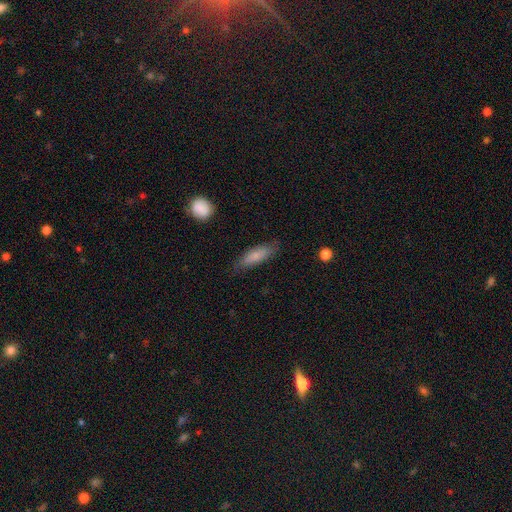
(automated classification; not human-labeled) Smooth or featured: smooth — 80% (featured or disk — 14%)
How rounded: cigar-shaped — 53% (in between — 45%)
Merging: none — 80% (minor disturbance — 15%)